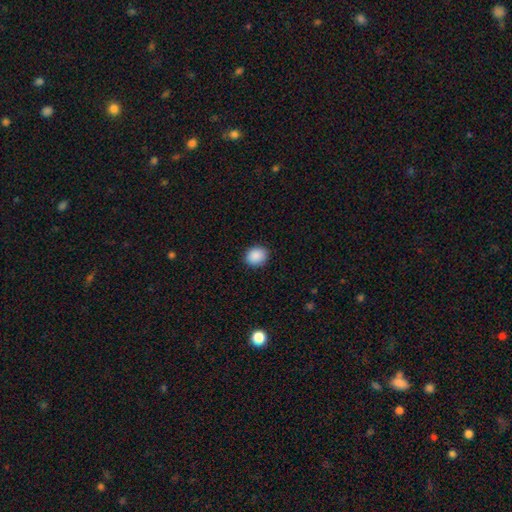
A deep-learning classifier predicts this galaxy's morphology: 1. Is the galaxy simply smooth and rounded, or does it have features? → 89% smooth, 8% star or artifact, 3% featured or disk.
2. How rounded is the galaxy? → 65% round, 34% in between, 1% cigar-shaped.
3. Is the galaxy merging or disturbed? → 90% none, 7% minor disturbance, 2% major disturbance, 1% merger.